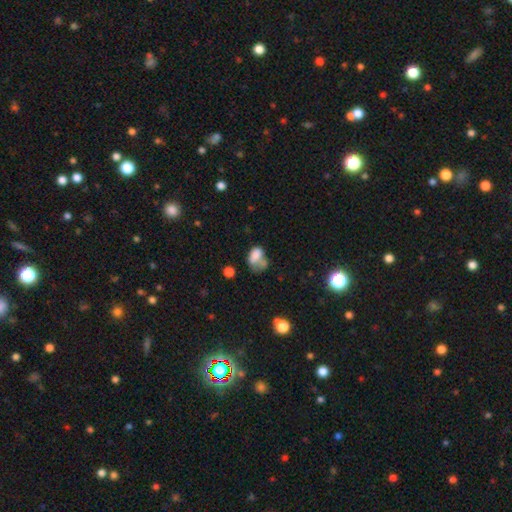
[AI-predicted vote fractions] A smooth galaxy with no disk features (70%) that is in between round and cigar-shaped (80%).

Vote fractions:
- Smooth or featured? smooth: 70% / featured or disk: 18% / star or artifact: 12%
- How rounded? in between: 80% / round: 19% / cigar-shaped: 2%
- Merging? merger: 30% / major disturbance: 25% / none: 23% / minor disturbance: 22%